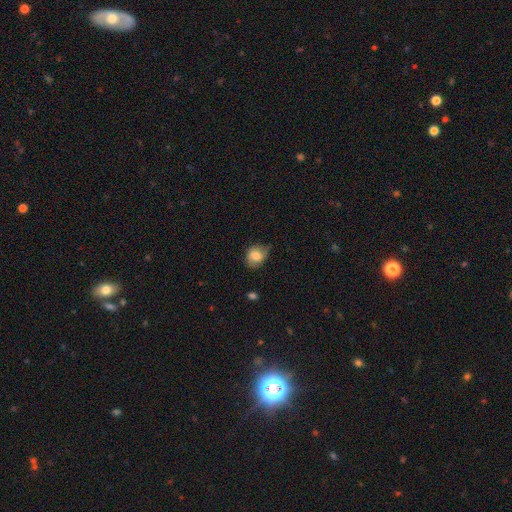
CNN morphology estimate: A smooth galaxy with no disk features (72%) that is round (63%). Merging: none (54%).